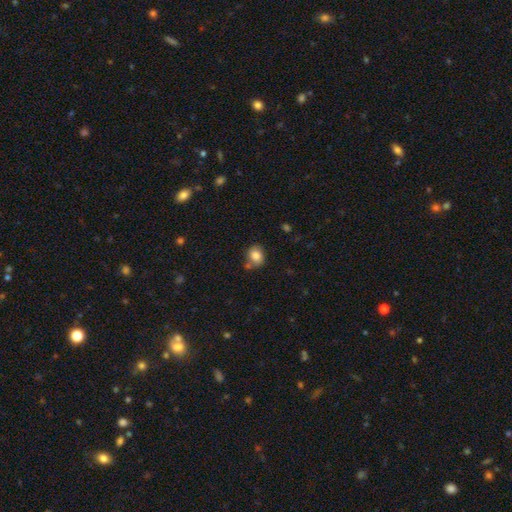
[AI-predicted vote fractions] Smooth or featured? smooth (83%)
How rounded? round (53%)
Merging? none (66%)